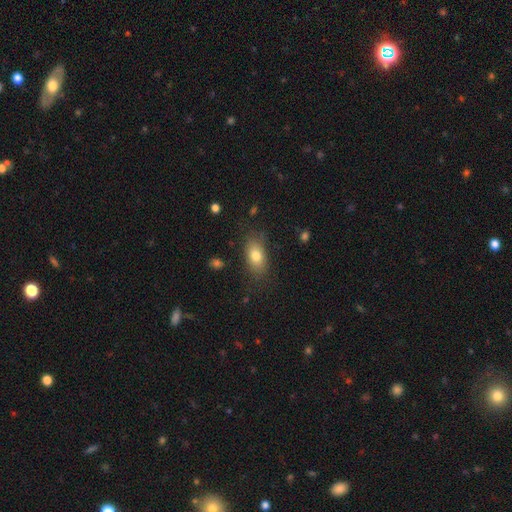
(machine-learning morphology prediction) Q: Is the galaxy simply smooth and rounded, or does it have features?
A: smooth — 78%.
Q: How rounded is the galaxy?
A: in between — 87%.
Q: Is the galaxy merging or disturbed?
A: none — 77%.